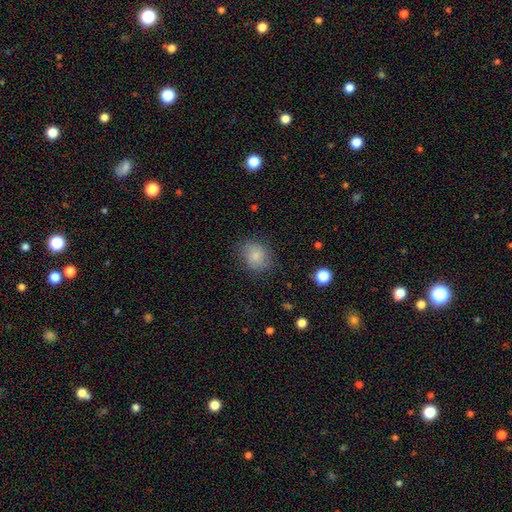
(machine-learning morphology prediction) A smooth galaxy with no disk features (82%) that is round (59%). Merging: none (76%).